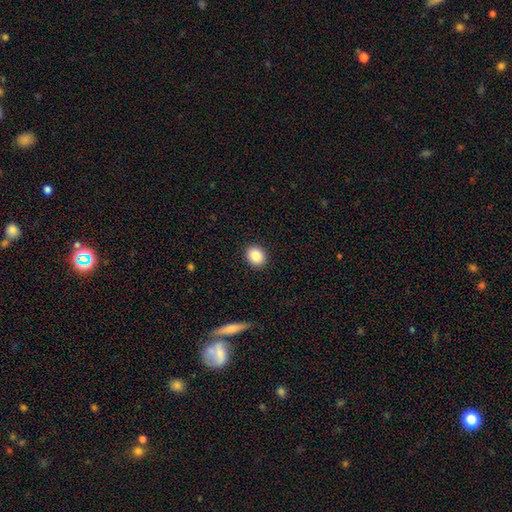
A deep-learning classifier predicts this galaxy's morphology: Q: Smooth or featured?
A: smooth (85%); runner-up: star or artifact (9%)
Q: How rounded?
A: round (66%); runner-up: in between (33%)
Q: Merging?
A: none (91%); runner-up: minor disturbance (6%)